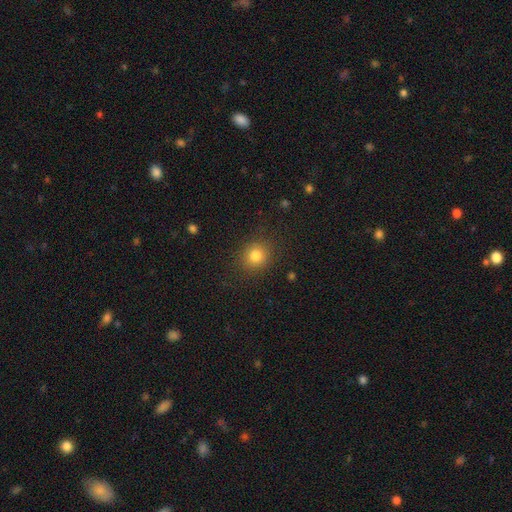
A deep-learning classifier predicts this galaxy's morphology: Smooth or featured?
  - smooth: 82% *
  - star or artifact: 12%
  - featured or disk: 6%
How rounded?
  - round: 84% *
  - in between: 15%
  - cigar-shaped: 1%
Merging?
  - none: 87% *
  - minor disturbance: 8%
  - major disturbance: 3%
  - merger: 1%